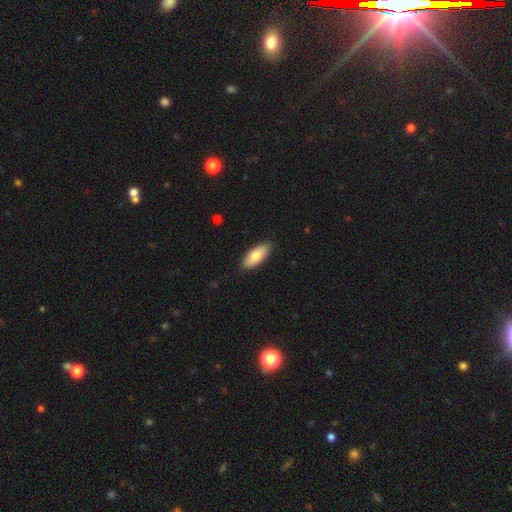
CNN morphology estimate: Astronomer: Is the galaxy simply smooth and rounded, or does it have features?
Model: smooth — 80%.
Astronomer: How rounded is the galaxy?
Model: in between — 85%.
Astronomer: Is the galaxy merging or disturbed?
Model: none — 86%.